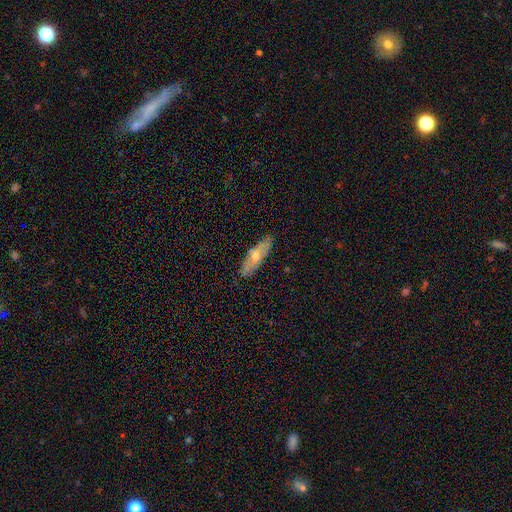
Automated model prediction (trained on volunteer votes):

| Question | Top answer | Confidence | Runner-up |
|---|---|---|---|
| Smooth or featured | smooth | 49% | featured or disk (44%) |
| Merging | none | 87% | minor disturbance (10%) |